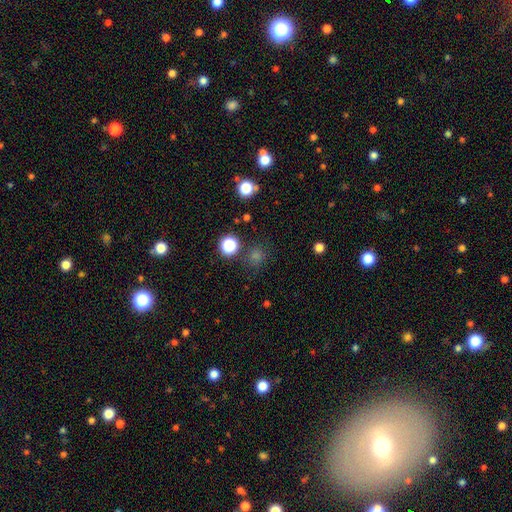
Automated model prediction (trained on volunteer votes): The model was most divided on "smooth or featured": smooth: 61%, star or artifact: 33%, featured or disk: 6%. More confident: how rounded — round (89%); merging — none (84%).